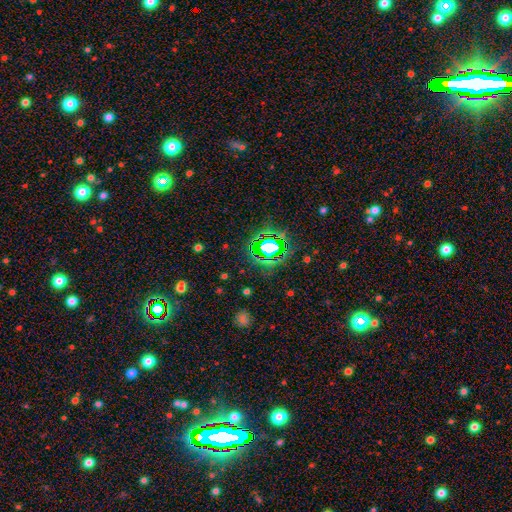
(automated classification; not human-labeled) This is likely a star or artifact rather than a galaxy (70%).